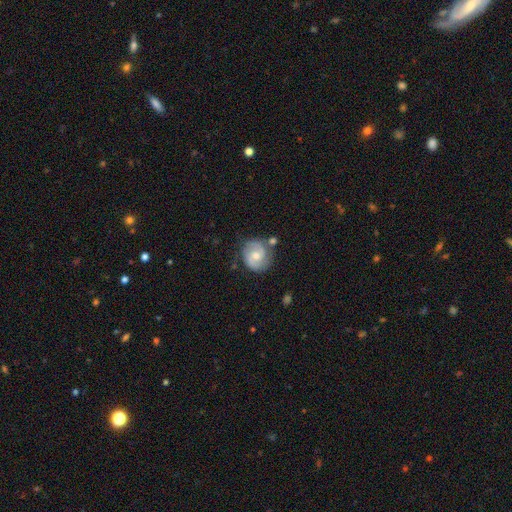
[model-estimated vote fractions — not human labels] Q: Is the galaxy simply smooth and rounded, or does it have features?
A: featured or disk — 69%.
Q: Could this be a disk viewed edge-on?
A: no — 98%.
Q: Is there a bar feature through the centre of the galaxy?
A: no — 53%.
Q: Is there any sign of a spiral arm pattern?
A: yes — 92%.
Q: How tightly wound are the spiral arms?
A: medium — 48%.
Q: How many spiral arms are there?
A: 2 — 85%.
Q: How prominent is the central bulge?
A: moderate — 55%.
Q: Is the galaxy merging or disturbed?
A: none — 70%.